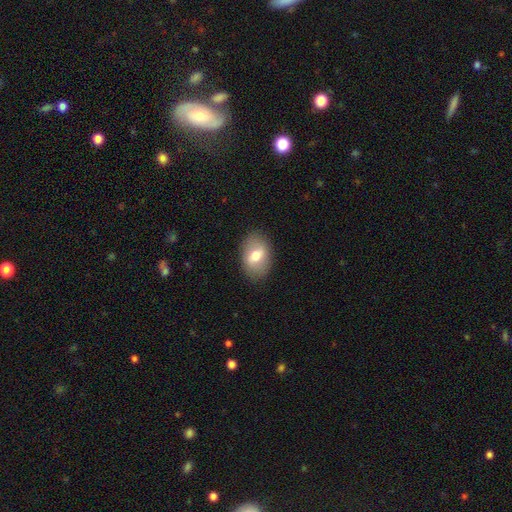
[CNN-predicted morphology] This appears to be a smooth galaxy with no disk features (62%) that is in between round and cigar-shaped (83%). Merging: none (85%).